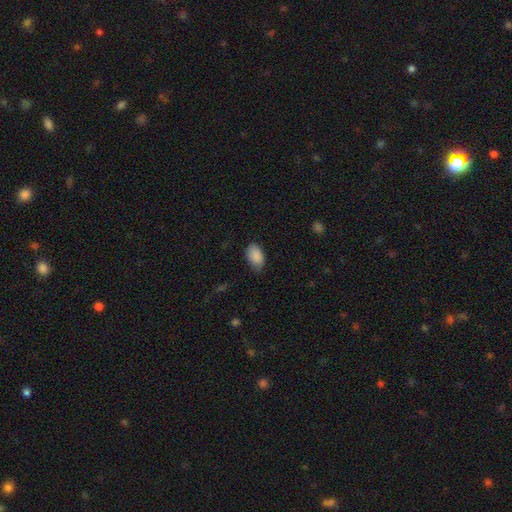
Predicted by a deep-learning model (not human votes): Smooth or featured: smooth — 89% (star or artifact — 7%)
How rounded: in between — 91% (round — 7%)
Merging: none — 74% (minor disturbance — 21%)